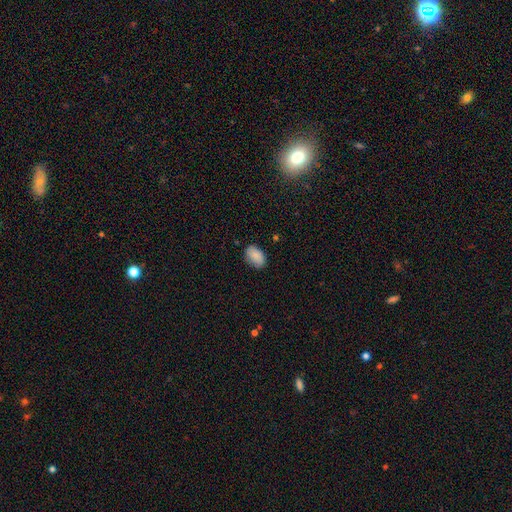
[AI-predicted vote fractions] Smooth or featured: smooth — 88% (star or artifact — 7%)
How rounded: in between — 89% (round — 10%)
Merging: none — 80% (minor disturbance — 16%)